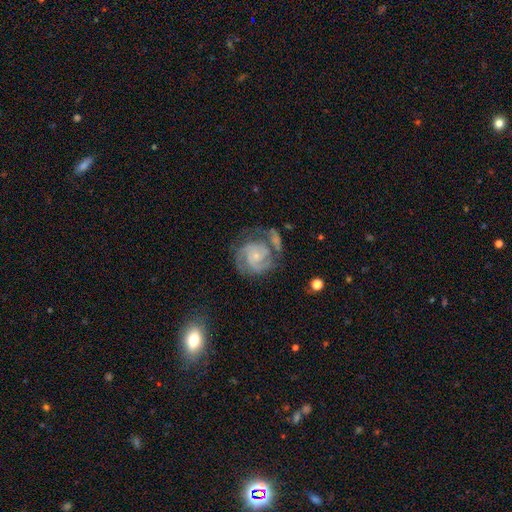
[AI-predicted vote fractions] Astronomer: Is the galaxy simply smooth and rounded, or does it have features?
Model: featured or disk — 85%.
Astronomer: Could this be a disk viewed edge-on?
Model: no — 98%.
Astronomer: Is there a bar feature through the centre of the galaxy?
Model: no — 66%.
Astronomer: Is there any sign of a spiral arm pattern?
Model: yes — 96%.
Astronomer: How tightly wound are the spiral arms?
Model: tight — 56% (runner-up: medium, 37%).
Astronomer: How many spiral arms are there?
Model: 2 — 50% (runner-up: 3, 25%).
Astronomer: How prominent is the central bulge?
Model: small — 72%.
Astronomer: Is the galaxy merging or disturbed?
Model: none — 54%.